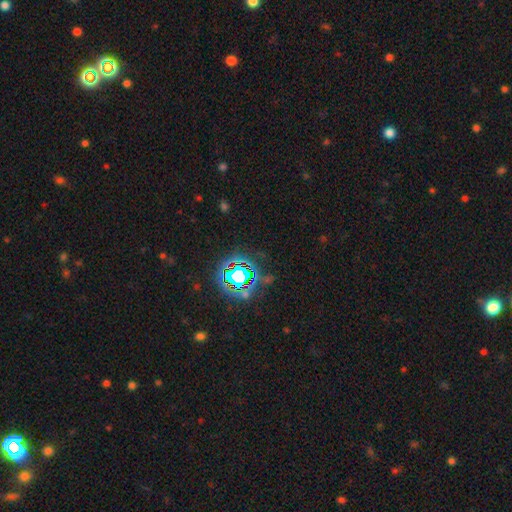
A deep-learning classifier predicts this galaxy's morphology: type=star or artifact (80%).